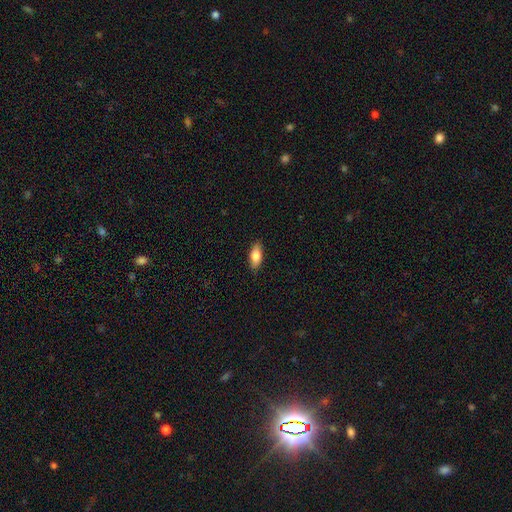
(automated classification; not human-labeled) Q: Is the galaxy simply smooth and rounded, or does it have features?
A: smooth — 81%.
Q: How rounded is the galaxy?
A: in between — 83%.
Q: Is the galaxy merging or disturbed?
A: none — 88%.